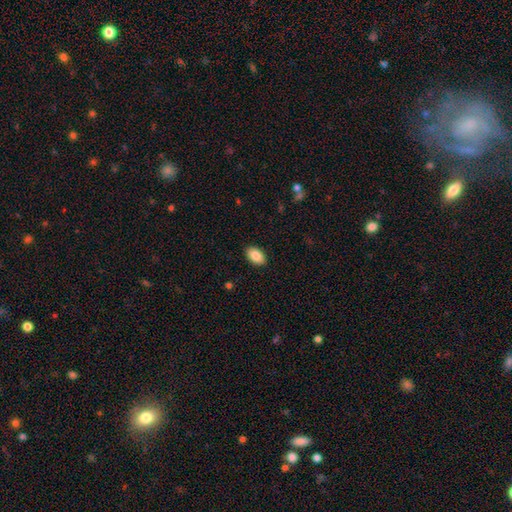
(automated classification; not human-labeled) Q: Smooth or featured?
A: smooth (88%); runner-up: star or artifact (7%)
Q: How rounded?
A: in between (91%); runner-up: round (8%)
Q: Merging?
A: none (90%); runner-up: minor disturbance (7%)